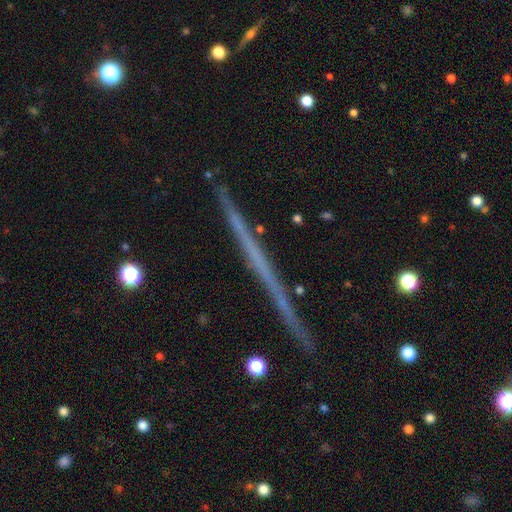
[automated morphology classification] Smooth or featured?
  - featured or disk: 52% *
  - star or artifact: 30%
  - smooth: 18%
Edge-on disk?
  - yes: 95% *
  - no: 5%
Merging?
  - none: 89% *
  - minor disturbance: 7%
  - major disturbance: 2%
  - merger: 2%